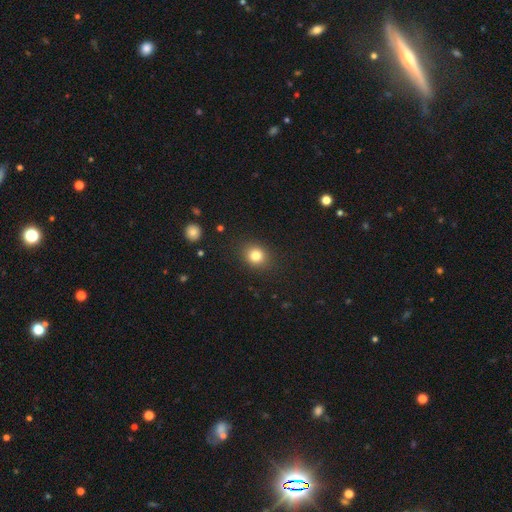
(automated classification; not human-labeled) This appears to be a smooth galaxy with no disk features (82%) that is round (69%). Merging: none (87%).